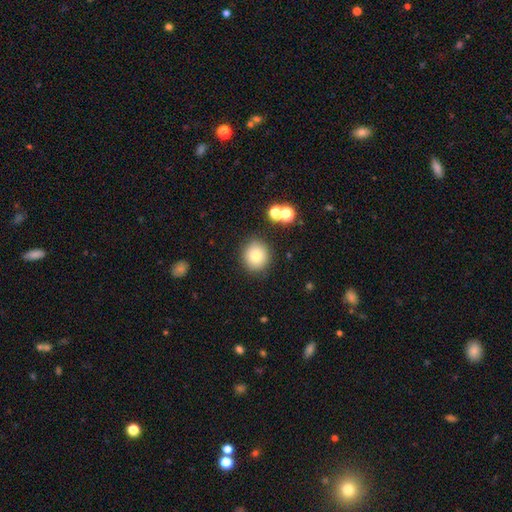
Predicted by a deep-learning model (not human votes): The model was most divided on "smooth or featured": smooth: 77%, star or artifact: 12%, featured or disk: 11%. More confident: how rounded — round (90%); merging — none (85%).